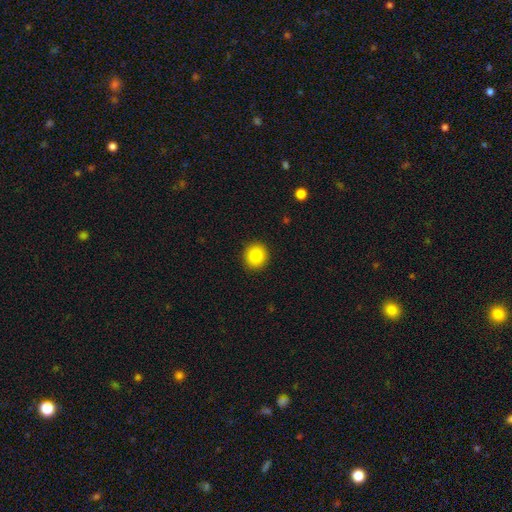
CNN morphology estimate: Smooth or featured? smooth (84%)
How rounded? round (88%)
Merging? none (92%)